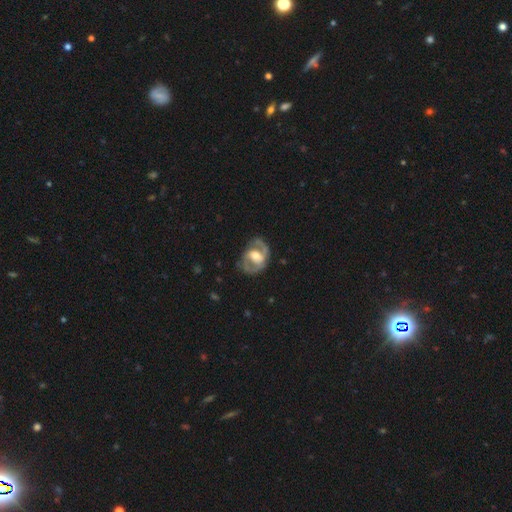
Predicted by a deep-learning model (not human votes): The model was most divided on "bar": weak: 41%, no: 37%, strong: 22%. Remaining: edge-on disk — no (96%); spiral arm count — 2 (79%); spiral arms — yes (77%); smooth or featured — featured or disk (77%); merging — none (67%); bulge size — moderate (64%); spiral winding — medium (50%).